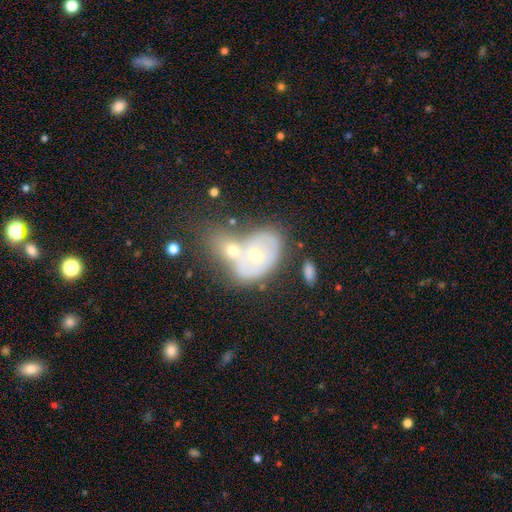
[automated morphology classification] type=featured or disk (46%); merging=merger (63%).